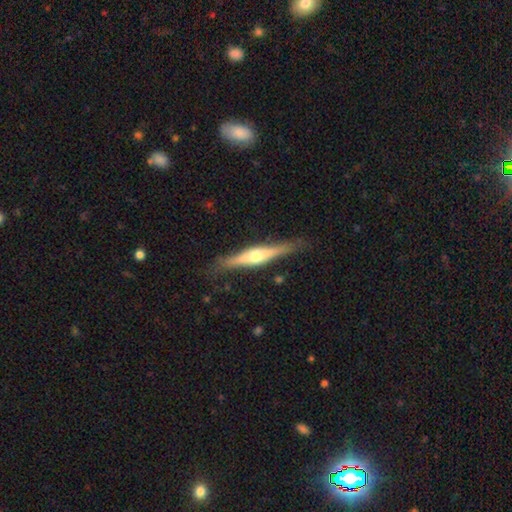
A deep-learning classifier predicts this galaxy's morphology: Smooth or featured: featured or disk — 67% (smooth — 28%)
Edge-on disk: yes — 96% (no — 4%)
Edge-on bulge: rounded — 89% (boxy — 7%)
Merging: none — 83% (minor disturbance — 12%)